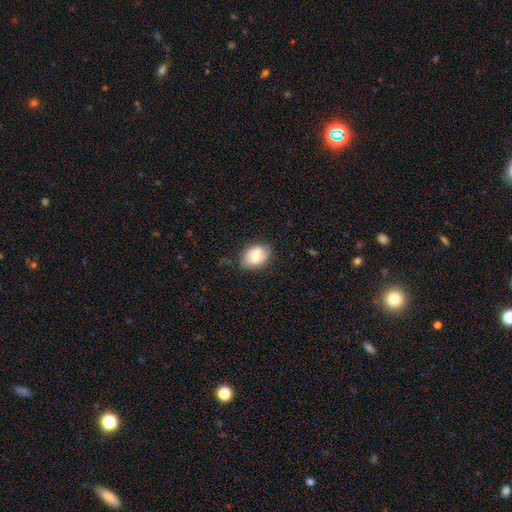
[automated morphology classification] type=smooth (76%); roundness=in between (84%); merging=none (75%).